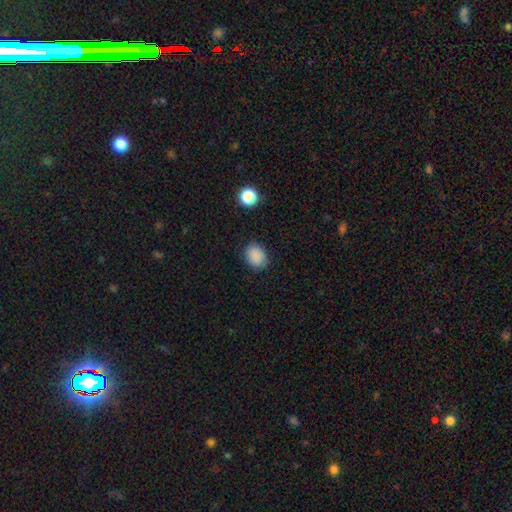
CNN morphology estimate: type=smooth (87%); roundness=in between (58%); merging=none (84%).